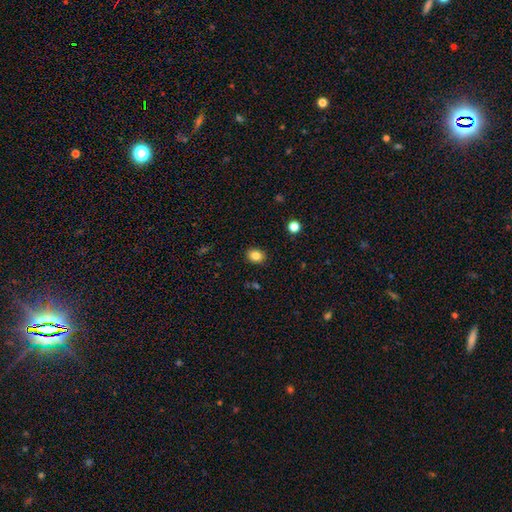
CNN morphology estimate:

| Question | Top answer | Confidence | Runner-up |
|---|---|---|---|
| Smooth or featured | smooth | 84% | star or artifact (10%) |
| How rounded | in between | 52% | round (47%) |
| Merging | none | 89% | minor disturbance (8%) |